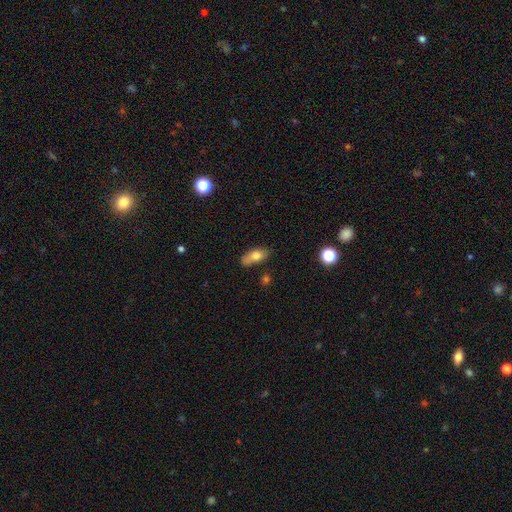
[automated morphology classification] smooth 75%, featured or disk 17%, star or artifact 8%. Down the decision tree: how rounded — in between (82%); merging — none (62%).